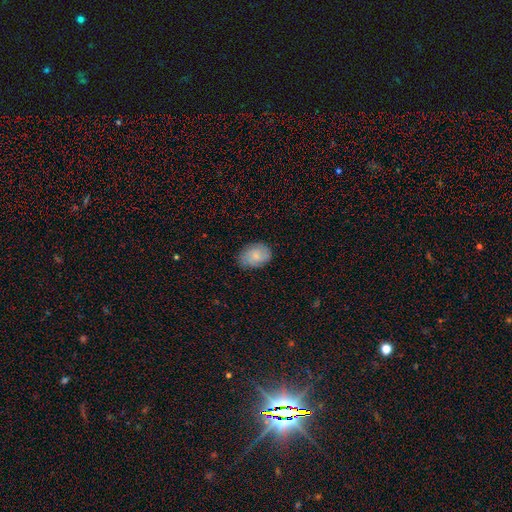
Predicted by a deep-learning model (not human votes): A smooth galaxy with no disk features (62%) that is in between round and cigar-shaped (79%). Merging: none (79%).